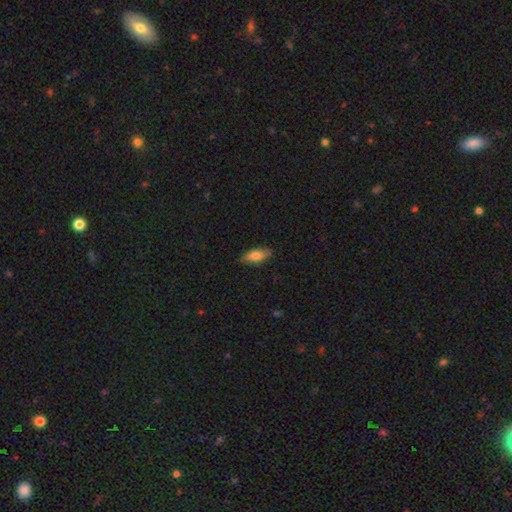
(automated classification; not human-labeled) This appears to be a smooth galaxy with no disk features (78%) that is in between round and cigar-shaped (82%). Merging: none (83%).